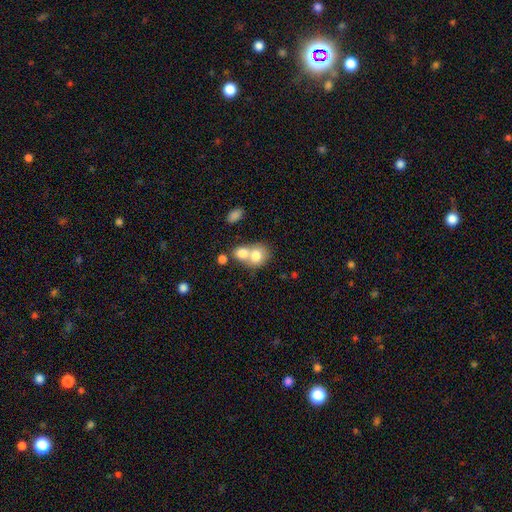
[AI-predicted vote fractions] Smooth or featured? Predicted: smooth (p=0.75). How rounded? Predicted: round (p=0.59). Merging? Predicted: merger (p=0.64).